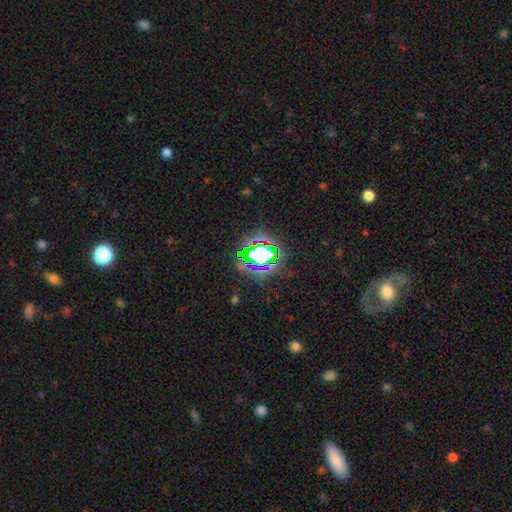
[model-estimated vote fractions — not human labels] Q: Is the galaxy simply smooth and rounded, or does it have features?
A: star or artifact — 70%.